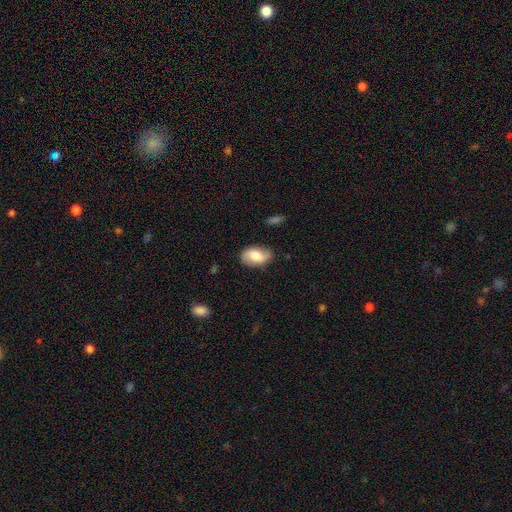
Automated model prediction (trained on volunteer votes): Smooth or featured? smooth (48%)
Merging? none (78%)